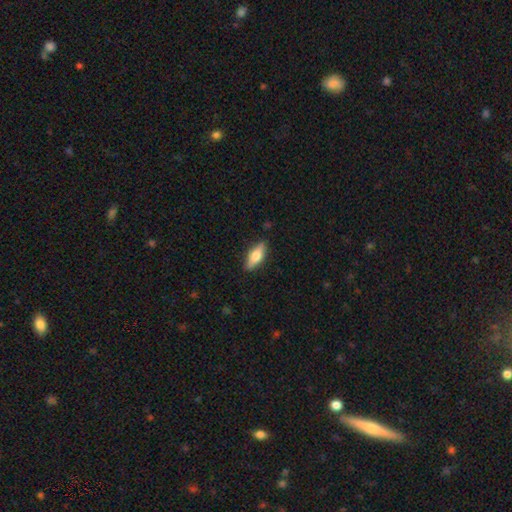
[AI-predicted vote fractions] The model was most divided on "smooth or featured": smooth: 60%, featured or disk: 34%, star or artifact: 6%. More confident: merging — none (87%); how rounded — in between (68%).